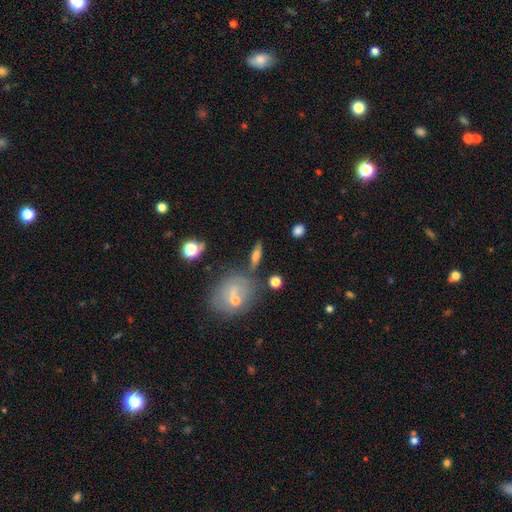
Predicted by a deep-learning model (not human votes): Smooth or featured? Predicted: smooth (p=0.60). How rounded? Predicted: cigar-shaped (p=0.54). Merging? Predicted: none (p=0.72).